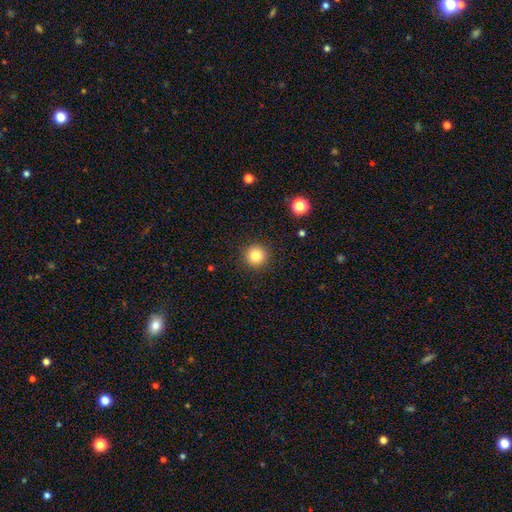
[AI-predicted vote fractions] smooth-or-featured: smooth: 82% | star or artifact: 12% | featured or disk: 6%
  how-rounded: round: 95% | in between: 4% | cigar-shaped: 1%
  merging: none: 92% | minor disturbance: 5% | major disturbance: 2% | merger: 1%